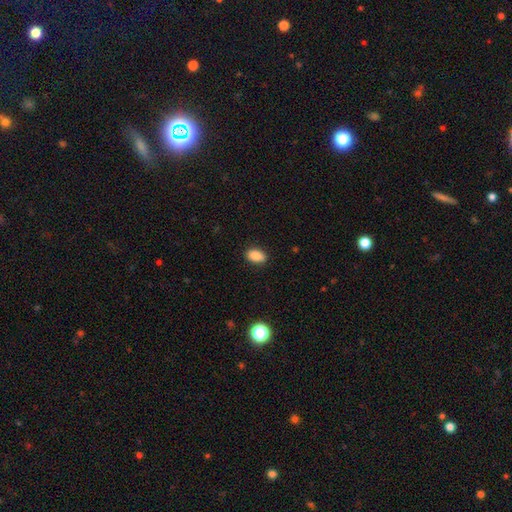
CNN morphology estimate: This appears to be a smooth galaxy with no disk features (88%) that is in between round and cigar-shaped (90%). Merging: none (88%).